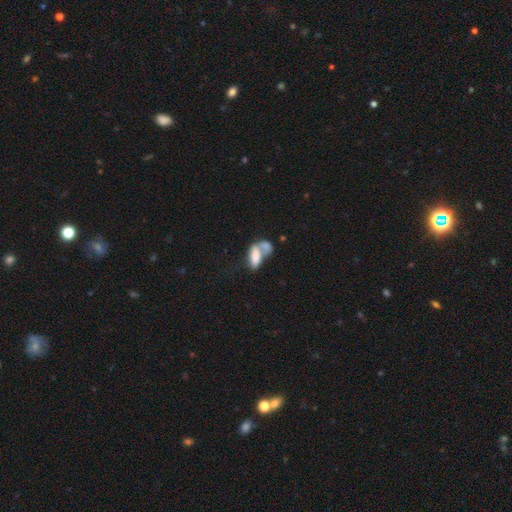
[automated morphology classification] Q: Smooth or featured?
A: smooth (71%); runner-up: featured or disk (21%)
Q: How rounded?
A: in between (84%); runner-up: cigar-shaped (12%)
Q: Merging?
A: merger (64%); runner-up: none (16%)